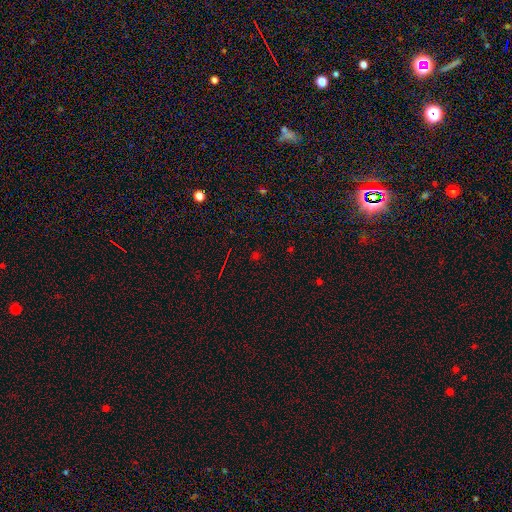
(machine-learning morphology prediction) Smooth or featured: star or artifact — 61% (smooth — 31%)